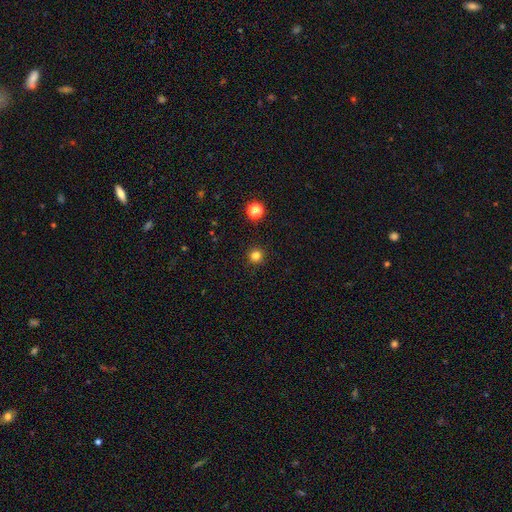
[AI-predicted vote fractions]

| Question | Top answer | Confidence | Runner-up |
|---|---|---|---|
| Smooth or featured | smooth | 82% | star or artifact (14%) |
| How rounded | round | 95% | in between (4%) |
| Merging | none | 92% | minor disturbance (5%) |